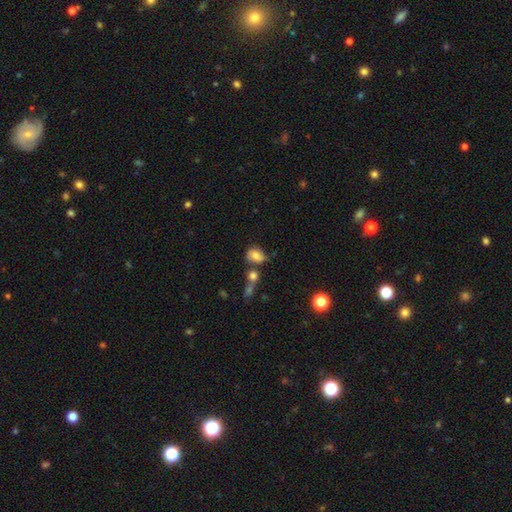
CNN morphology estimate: Smooth or featured? smooth (68%)
How rounded? in between (56%)
Merging? none (51%)